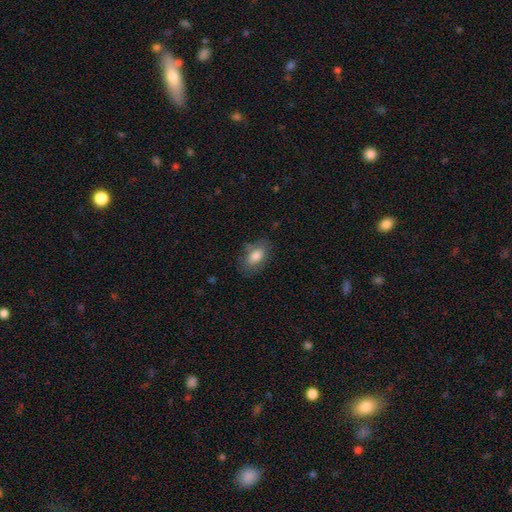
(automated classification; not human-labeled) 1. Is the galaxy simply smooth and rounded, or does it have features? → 81% smooth, 12% featured or disk, 7% star or artifact.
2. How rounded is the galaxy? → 90% in between, 6% round, 4% cigar-shaped.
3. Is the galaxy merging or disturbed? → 72% none, 20% minor disturbance, 6% major disturbance, 2% merger.